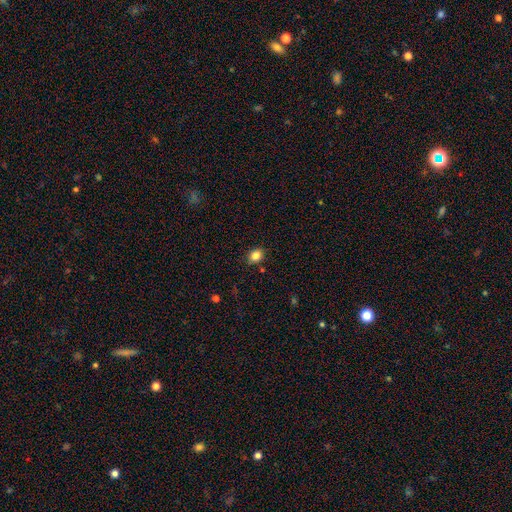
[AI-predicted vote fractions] smooth 83%, star or artifact 11%, featured or disk 6%. Down the decision tree: how rounded — in between (55%); merging — none (83%).